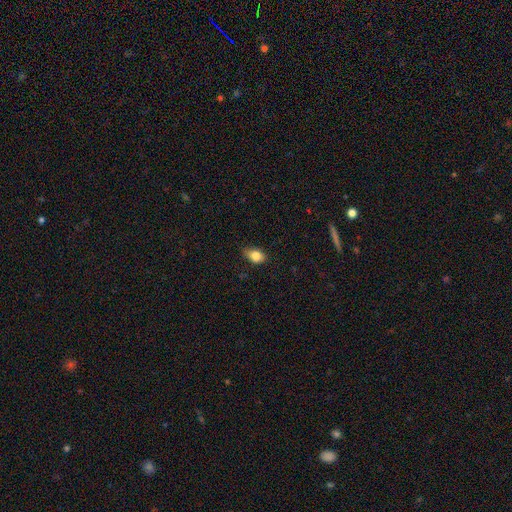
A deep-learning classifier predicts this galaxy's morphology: The model was most divided on "merging": none: 53%, minor disturbance: 38%, major disturbance: 7%, merger: 2%. More confident: smooth or featured — smooth (82%); how rounded — in between (74%).